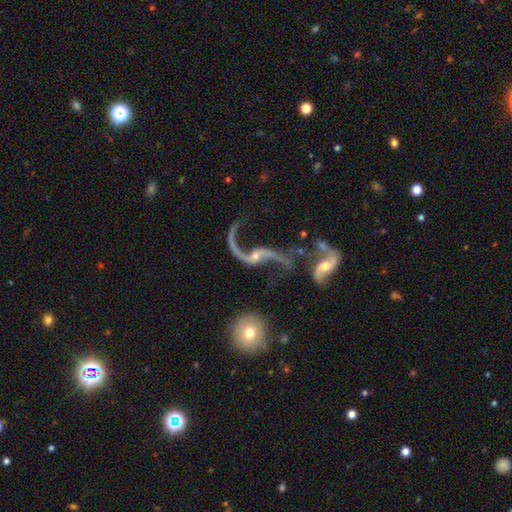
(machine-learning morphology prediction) smooth-or-featured: featured or disk: 66% | star or artifact: 18% | smooth: 15%
  disk-edge-on: no: 89% | yes: 11%
    bar: no: 51% | weak: 32% | strong: 17%
    has-spiral-arms: yes: 80% | no: 20%
    bulge-size: moderate: 41% | small: 40% | none: 10% | large: 6% | dominant: 3%
  merging: none: 35% | merger: 32% | major disturbance: 22% | minor disturbance: 12%